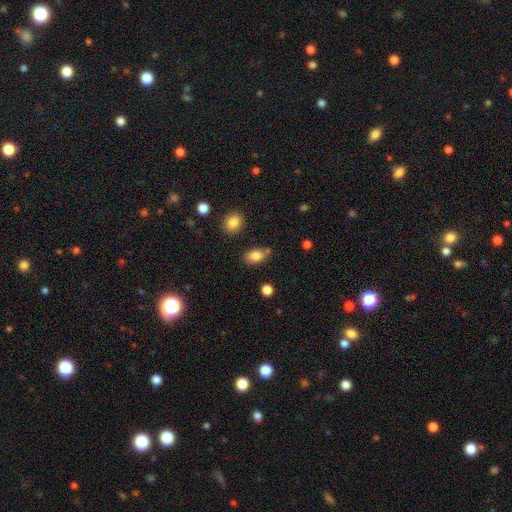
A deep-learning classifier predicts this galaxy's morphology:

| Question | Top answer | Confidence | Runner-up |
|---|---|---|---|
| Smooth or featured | smooth | 84% | star or artifact (9%) |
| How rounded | in between | 84% | round (14%) |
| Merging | none | 72% | minor disturbance (17%) |